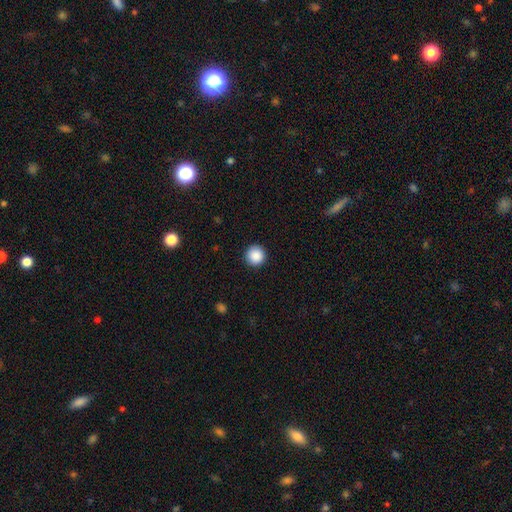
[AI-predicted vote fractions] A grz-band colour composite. It shows a smooth galaxy with no disk features (89%) that is round (96%). Merging: none (93%).